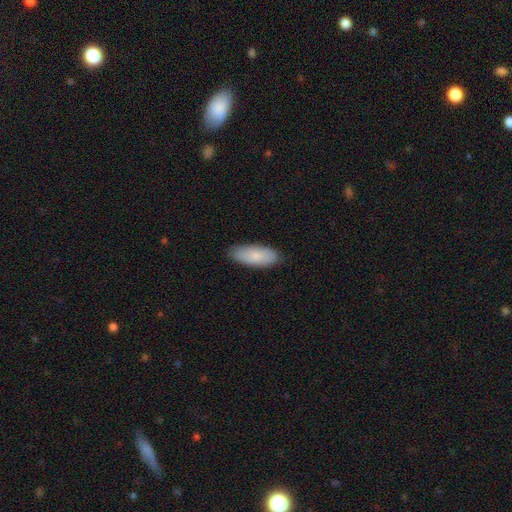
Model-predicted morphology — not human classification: smooth-or-featured: smooth: 84% | featured or disk: 11% | star or artifact: 5%
  how-rounded: in between: 80% | cigar-shaped: 18% | round: 2%
  merging: none: 85% | minor disturbance: 12% | major disturbance: 2% | merger: 1%